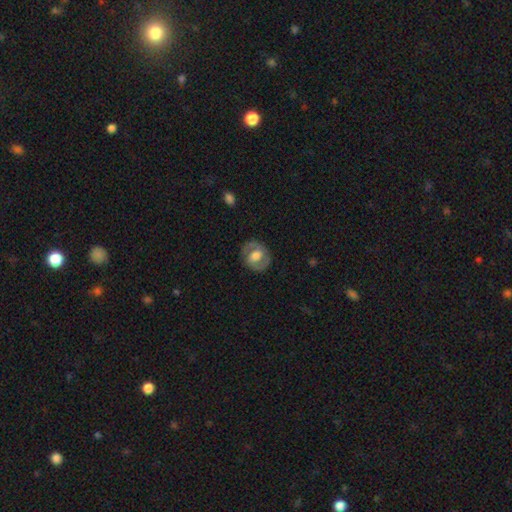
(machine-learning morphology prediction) Overall: featured or disk (60%; smooth 33%). Edge-on disk: no (96%). Bar: weak (42%; no 41%). Spiral arms: yes (74%). Bulge size: moderate (51%; large 34%). Merging: none (81%).